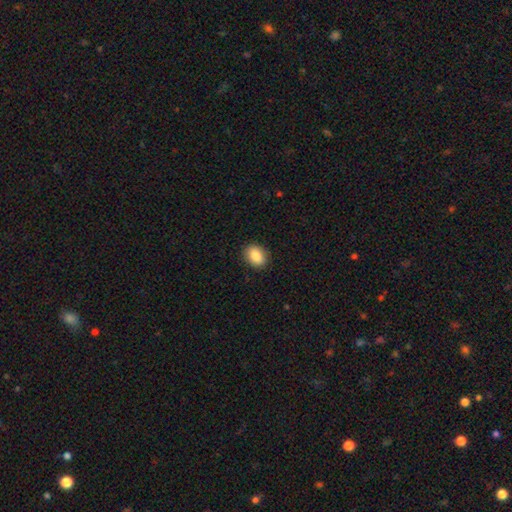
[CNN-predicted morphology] type=smooth (87%); roundness=in between (63%); merging=none (89%).